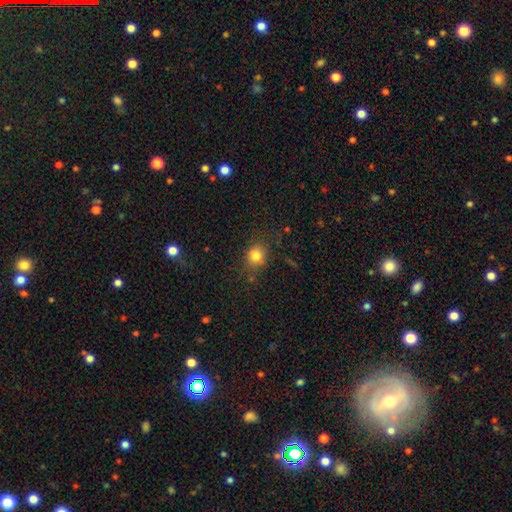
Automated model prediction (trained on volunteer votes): smooth_or_featured: smooth (p=0.77) [alt: star or artifact p=0.14]
how_rounded: round (p=0.67) [alt: in between p=0.31]
merging: none (p=0.72) [alt: minor disturbance p=0.18]